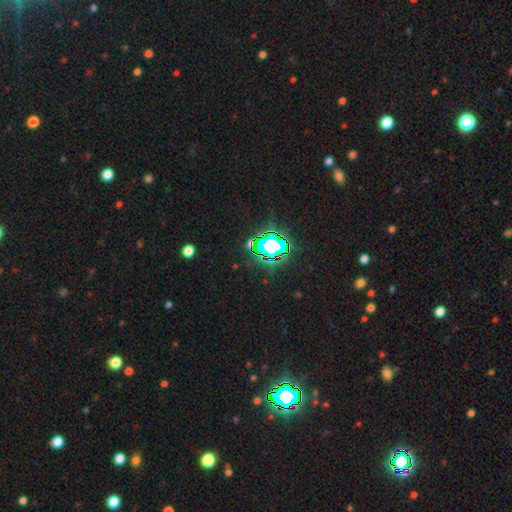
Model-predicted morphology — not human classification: A star or artifact, not a galaxy (81%).

Vote fractions:
- Smooth or featured? star or artifact: 81% / smooth: 12% / featured or disk: 7%